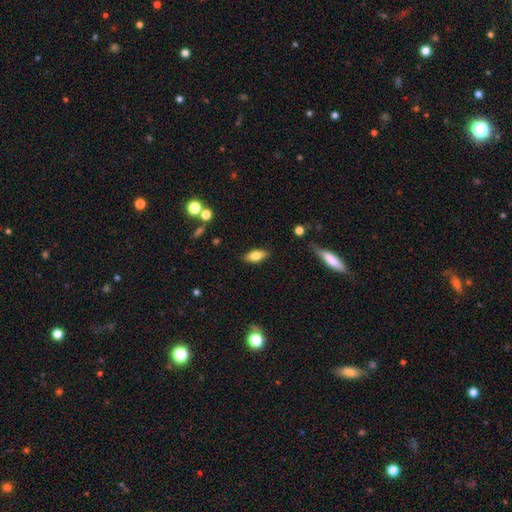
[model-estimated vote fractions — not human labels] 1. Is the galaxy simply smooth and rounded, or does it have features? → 71% smooth, 22% featured or disk, 7% star or artifact.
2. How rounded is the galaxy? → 82% in between, 15% cigar-shaped, 3% round.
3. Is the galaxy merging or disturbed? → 86% none, 10% minor disturbance, 2% major disturbance, 1% merger.